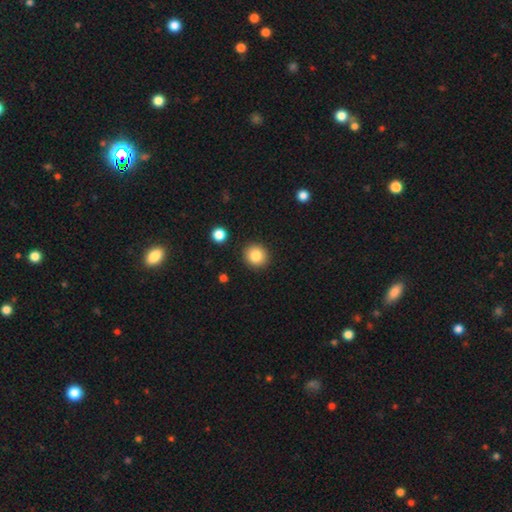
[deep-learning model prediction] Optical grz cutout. It shows a smooth galaxy with no disk features (84%) that is round (88%). Merging: none (90%).